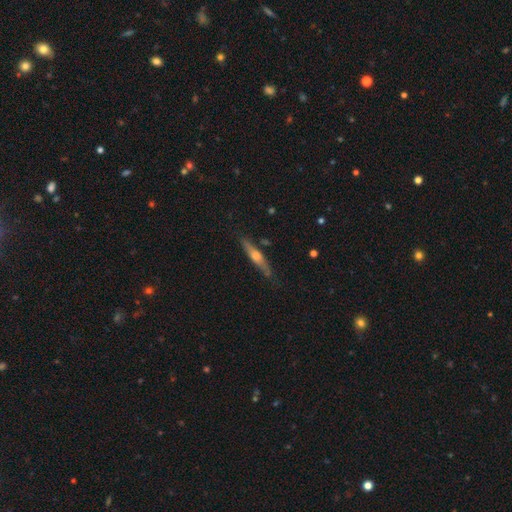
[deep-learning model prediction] smooth-or-featured: featured or disk: 62% | smooth: 32% | star or artifact: 6%
  disk-edge-on: yes: 95% | no: 5%
    edge-on-bulge: rounded: 84% | none: 8% | boxy: 7%
  merging: none: 82% | minor disturbance: 13% | major disturbance: 2% | merger: 2%